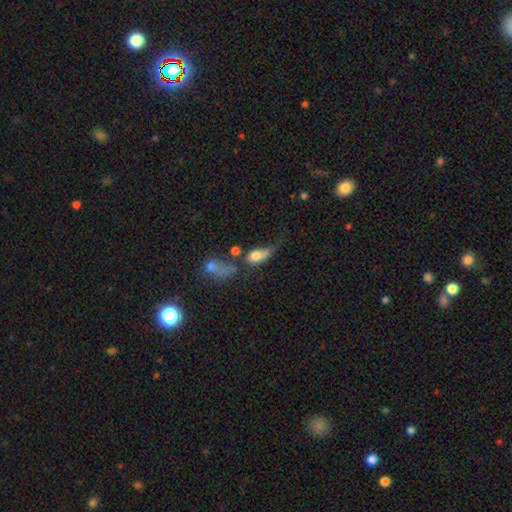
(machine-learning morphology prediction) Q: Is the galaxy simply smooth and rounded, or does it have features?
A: smooth — 61%.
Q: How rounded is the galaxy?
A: in between — 79%.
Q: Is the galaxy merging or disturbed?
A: major disturbance — 35%.